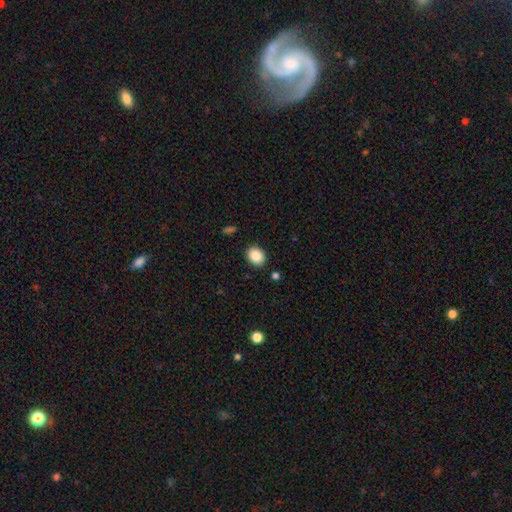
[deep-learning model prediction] A smooth galaxy with no disk features (87%) that is in between round and cigar-shaped (53%). Merging: none (89%).